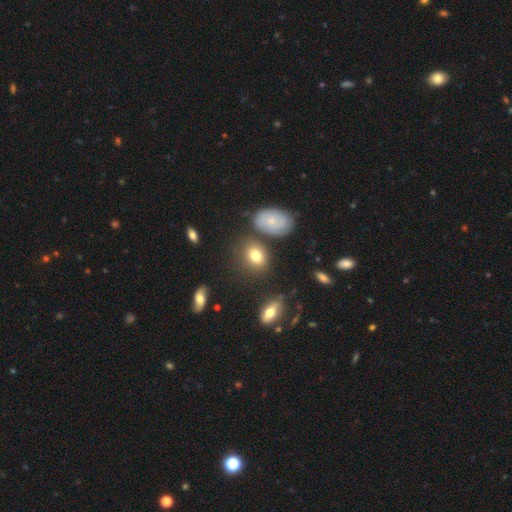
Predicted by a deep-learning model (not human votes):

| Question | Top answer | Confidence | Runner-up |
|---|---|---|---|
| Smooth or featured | smooth | 75% | featured or disk (13%) |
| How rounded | in between | 56% | round (43%) |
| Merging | none | 72% | minor disturbance (15%) |